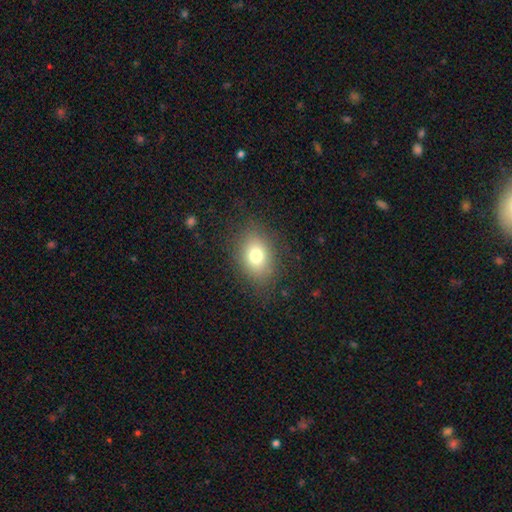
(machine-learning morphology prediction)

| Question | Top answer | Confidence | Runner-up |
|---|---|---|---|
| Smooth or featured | smooth | 75% | featured or disk (12%) |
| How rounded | in between | 67% | round (32%) |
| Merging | none | 82% | minor disturbance (11%) |